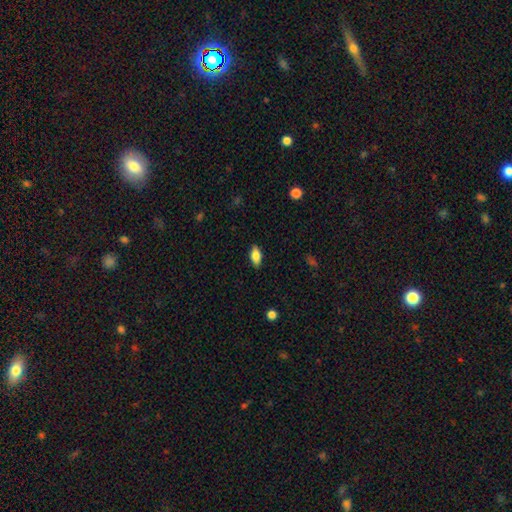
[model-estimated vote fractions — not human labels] This is likely a smooth galaxy (80%). How rounded: clearly in between (87%). Merging: clearly none (87%).